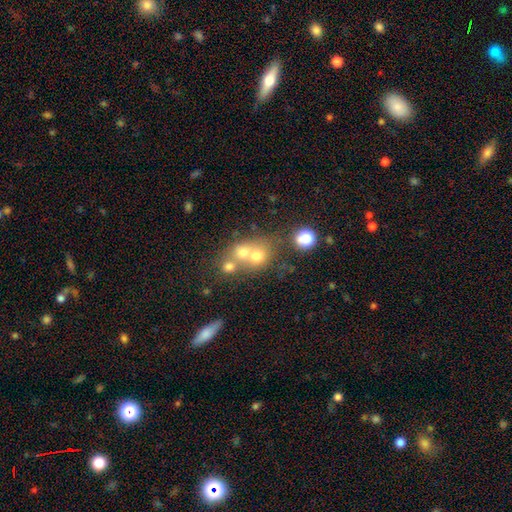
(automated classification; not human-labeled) This appears to be a smooth galaxy with no disk features (64%) that is round (76%). Merging: merger (55%).